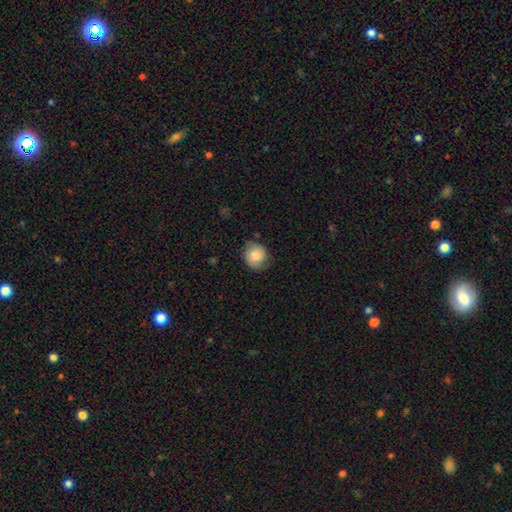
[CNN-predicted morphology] Overall: smooth (80%). How rounded: round (79%). Merging: none (74%).